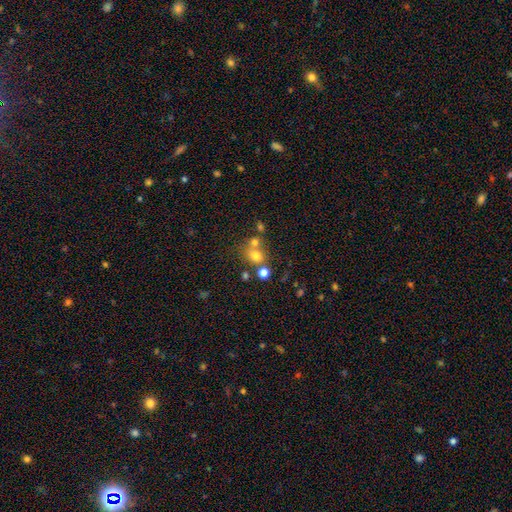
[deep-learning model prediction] Smooth or featured? Predicted: smooth (p=0.70). How rounded? Predicted: round (p=0.74). Merging? Predicted: none (p=0.52).